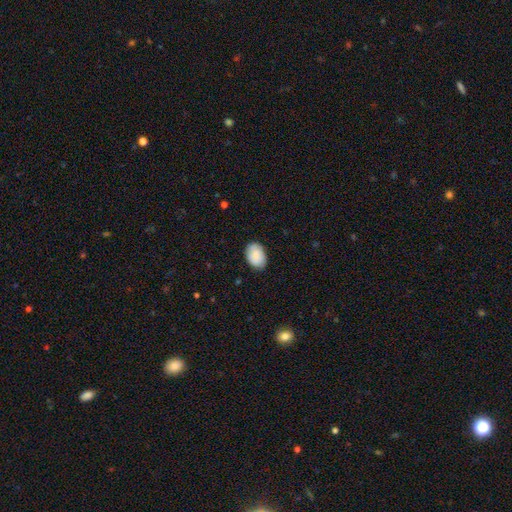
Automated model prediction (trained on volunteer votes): Smooth or featured: smooth — 88% (star or artifact — 6%)
How rounded: in between — 82% (round — 17%)
Merging: none — 82% (minor disturbance — 15%)